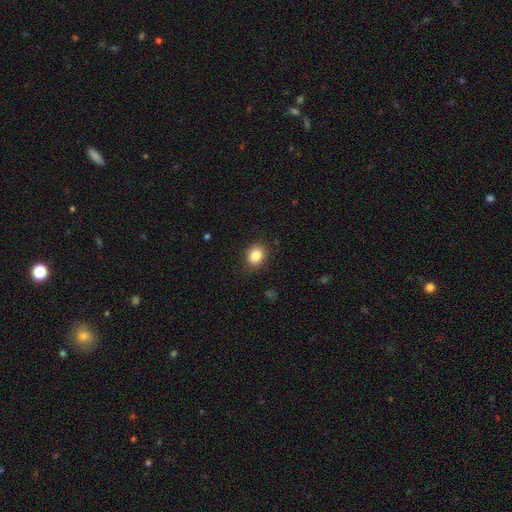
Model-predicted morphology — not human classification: This is clearly a smooth galaxy (84%). How rounded: possibly round (53%). Merging: clearly none (86%).